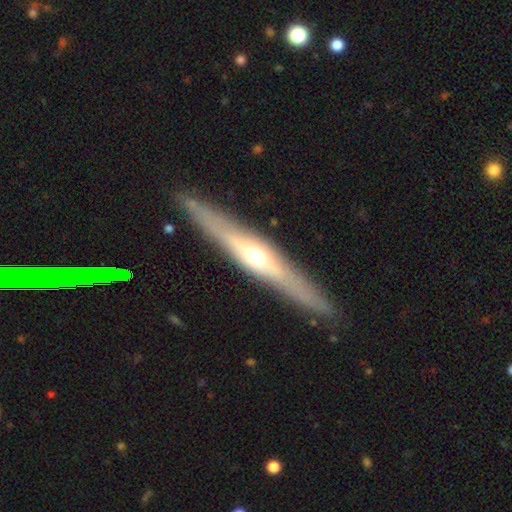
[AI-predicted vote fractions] This is likely a featured or disk galaxy (66%). It is clearly viewed edge-on (91%). Edge-on bulge: clearly rounded (91%). Merging: clearly none (86%).